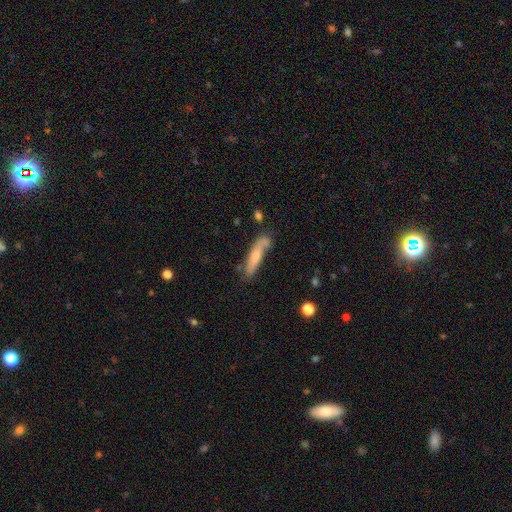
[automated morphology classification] Smooth or featured?
  - smooth: 62% *
  - featured or disk: 32%
  - star or artifact: 6%
How rounded?
  - cigar-shaped: 79% *
  - in between: 20%
  - round: 2%
Merging?
  - none: 57% *
  - minor disturbance: 25%
  - merger: 10%
  - major disturbance: 8%